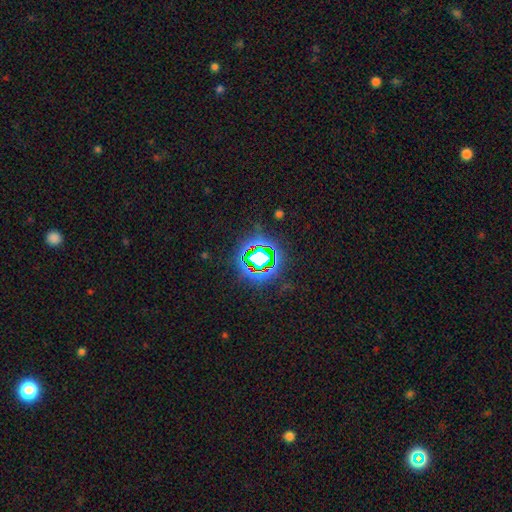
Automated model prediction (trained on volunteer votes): Smooth or featured: star or artifact — 82% (smooth — 11%)